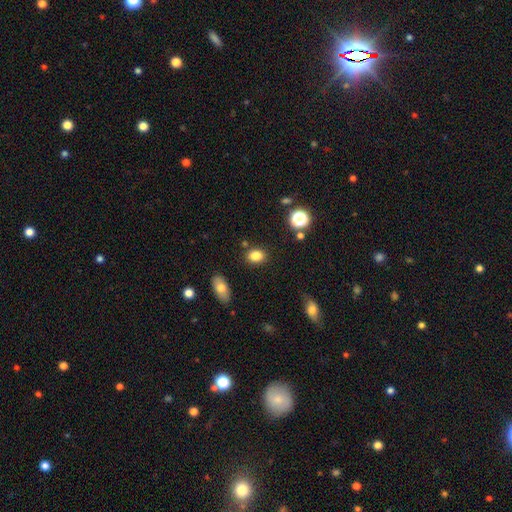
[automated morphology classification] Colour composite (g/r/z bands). It shows a smooth galaxy with no disk features (83%) that is in between round and cigar-shaped (64%). Merging: none (83%).